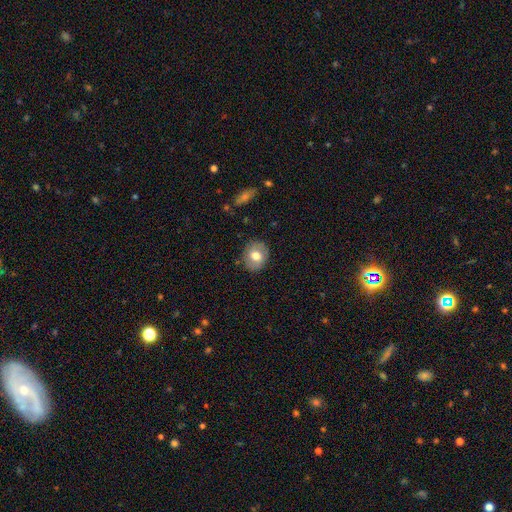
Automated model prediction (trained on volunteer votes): Overall: smooth (67%). How rounded: round (69%; in between 30%). Merging: none (84%).